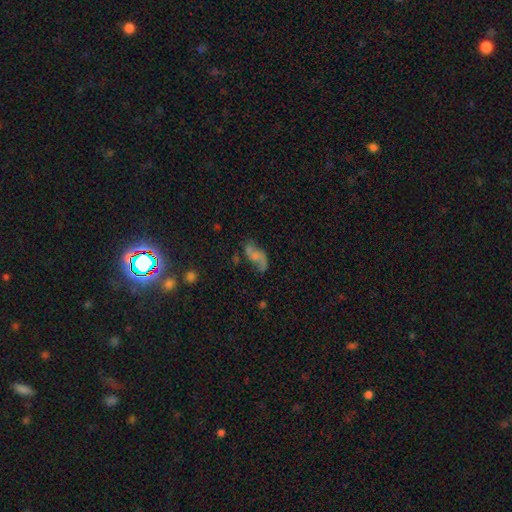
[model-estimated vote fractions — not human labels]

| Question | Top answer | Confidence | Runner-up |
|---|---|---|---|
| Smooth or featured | featured or disk | 56% | smooth (31%) |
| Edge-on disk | no | 95% | yes (5%) |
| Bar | no | 64% | weak (28%) |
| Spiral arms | yes | 82% | no (18%) |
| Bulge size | none | 54% | small (27%) |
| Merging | none | 48% | minor disturbance (23%) |